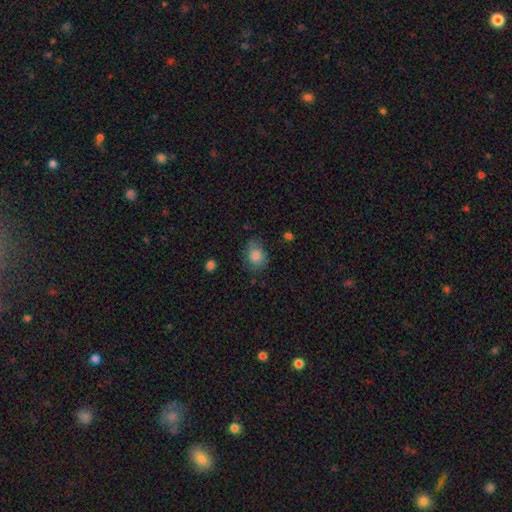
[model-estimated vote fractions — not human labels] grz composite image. It shows a smooth galaxy with no disk features (79%) that is in between round and cigar-shaped (57%). Merging: none (67%).